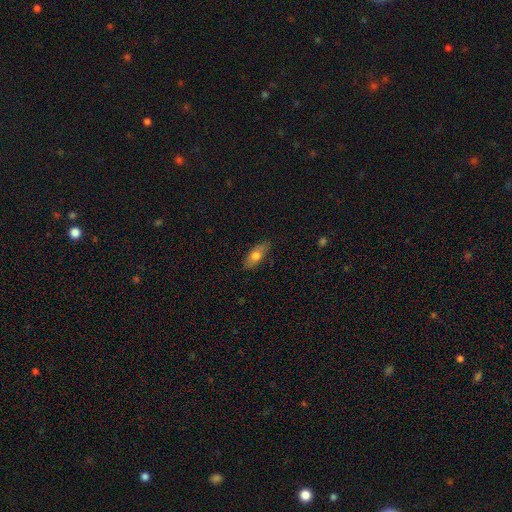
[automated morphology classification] A smooth galaxy with no disk features (66%) that is in between round and cigar-shaped (75%). Merging: none (83%).